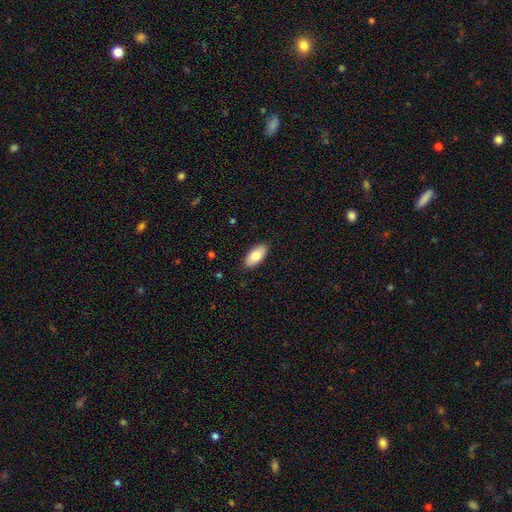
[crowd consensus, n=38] Q: Smooth or featured?
A: smooth (74%); runner-up: featured or disk (18%)
Q: How rounded?
A: in between (89%); runner-up: round (7%)
Q: Merging?
A: none (97%); runner-up: minor disturbance (3%)